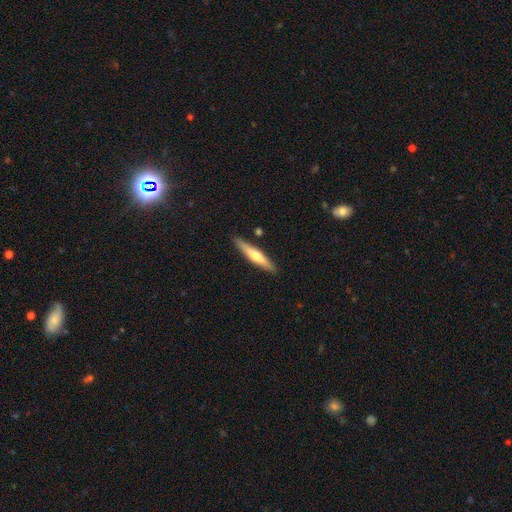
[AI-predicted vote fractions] Smooth or featured?
  - featured or disk: 48% *
  - smooth: 46%
  - star or artifact: 5%
Merging?
  - none: 88% *
  - minor disturbance: 8%
  - merger: 2%
  - major disturbance: 2%